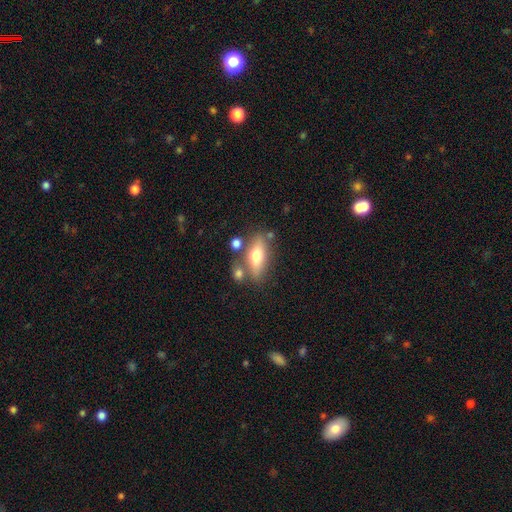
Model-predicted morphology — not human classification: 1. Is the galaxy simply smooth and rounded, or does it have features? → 62% smooth, 31% featured or disk, 8% star or artifact.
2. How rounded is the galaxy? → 69% in between, 26% cigar-shaped, 5% round.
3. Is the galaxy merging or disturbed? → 67% none, 15% minor disturbance, 13% merger, 5% major disturbance.